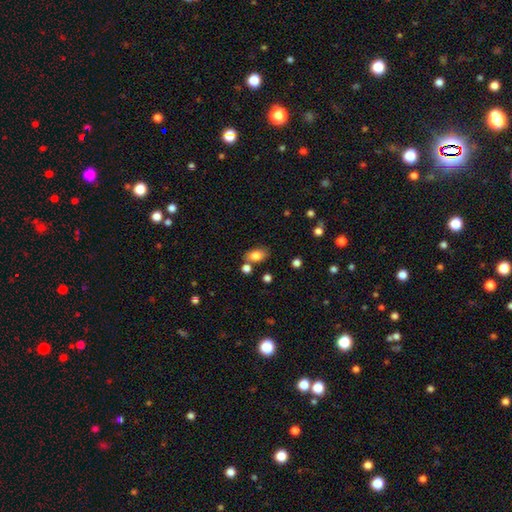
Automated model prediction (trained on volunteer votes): smooth_or_featured: smooth (p=0.82) [alt: featured or disk p=0.09]
how_rounded: in between (p=0.86) [alt: round p=0.13]
merging: none (p=0.68) [alt: minor disturbance p=0.14]